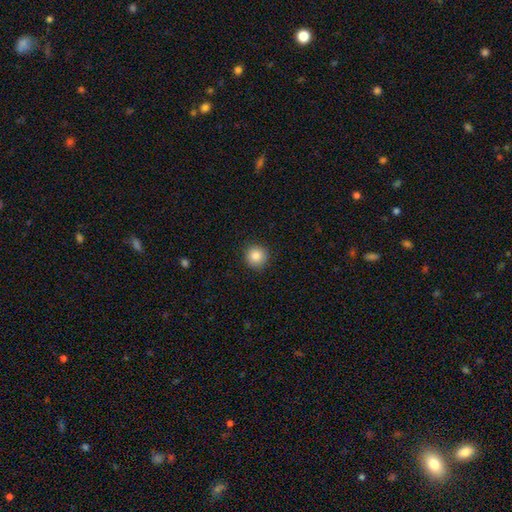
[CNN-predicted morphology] A smooth galaxy with no disk features (86%) that is round (94%). Merging: none (91%).